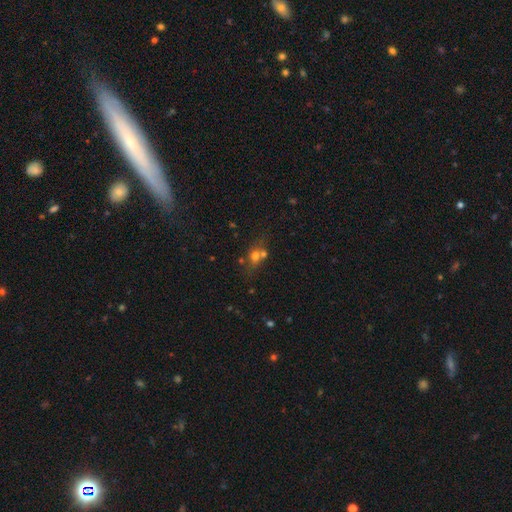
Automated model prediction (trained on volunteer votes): This is likely a smooth galaxy (62%). How rounded: likely round (62%). Merging: possibly none (45%).